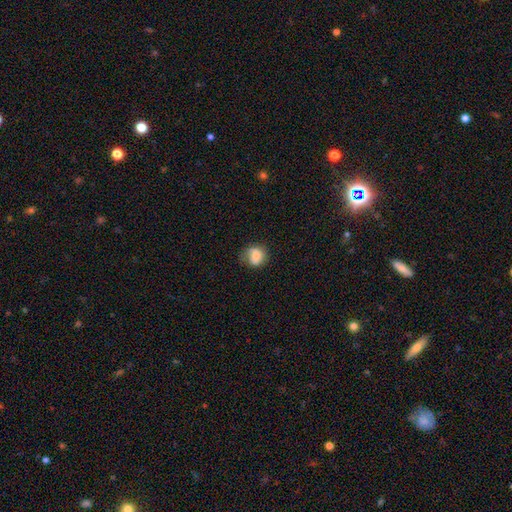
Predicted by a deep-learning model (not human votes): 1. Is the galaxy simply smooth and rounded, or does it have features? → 73% smooth, 18% featured or disk, 9% star or artifact.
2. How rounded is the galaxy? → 72% round, 27% in between, 1% cigar-shaped.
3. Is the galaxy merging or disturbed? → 56% none, 29% minor disturbance, 12% major disturbance, 2% merger.